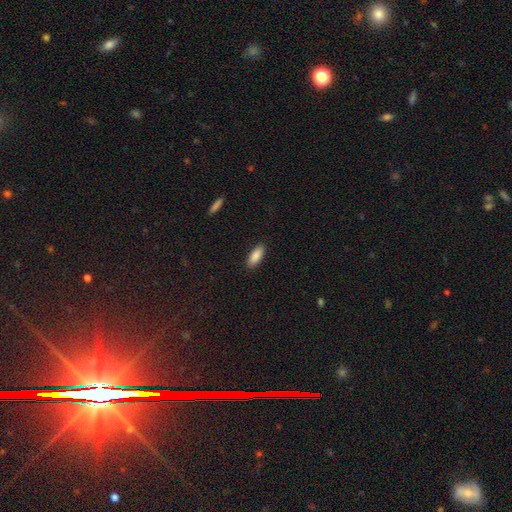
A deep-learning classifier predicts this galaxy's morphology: The model was most divided on "how rounded": in between: 78%, cigar-shaped: 20%, round: 2%. More confident: merging — none (89%); smooth or featured — smooth (88%).